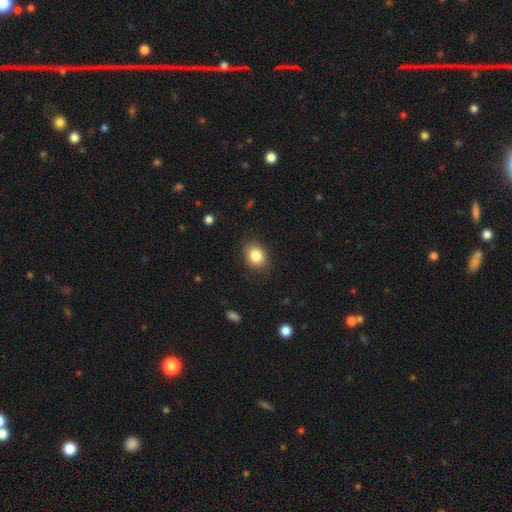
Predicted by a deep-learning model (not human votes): Smooth or featured?
  - smooth: 84% *
  - star or artifact: 9%
  - featured or disk: 6%
How rounded?
  - round: 53% *
  - in between: 46%
  - cigar-shaped: 1%
Merging?
  - none: 85% *
  - minor disturbance: 11%
  - major disturbance: 3%
  - merger: 1%